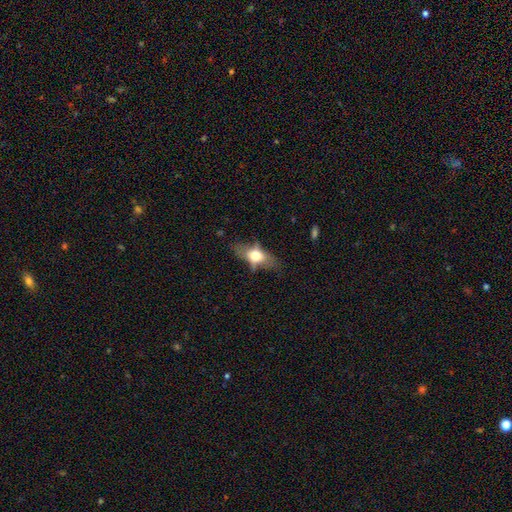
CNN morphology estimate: This appears to be a smooth galaxy with no disk features (54%) that is in between round and cigar-shaped (72%). Merging: none (53%).